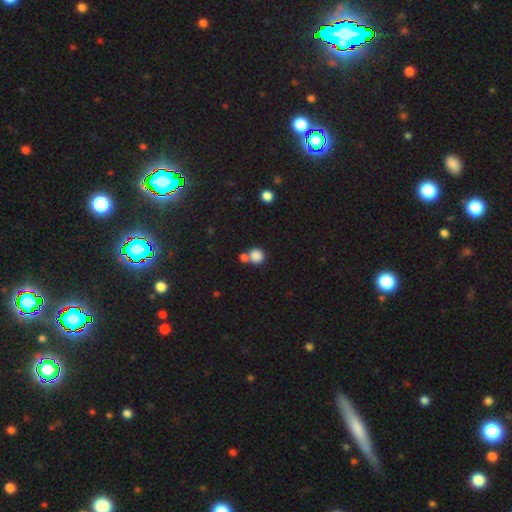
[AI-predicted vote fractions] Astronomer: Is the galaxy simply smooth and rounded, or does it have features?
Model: smooth — 84%.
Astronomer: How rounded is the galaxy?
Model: round — 89%.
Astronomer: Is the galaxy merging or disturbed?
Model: none — 55% (runner-up: merger, 34%).